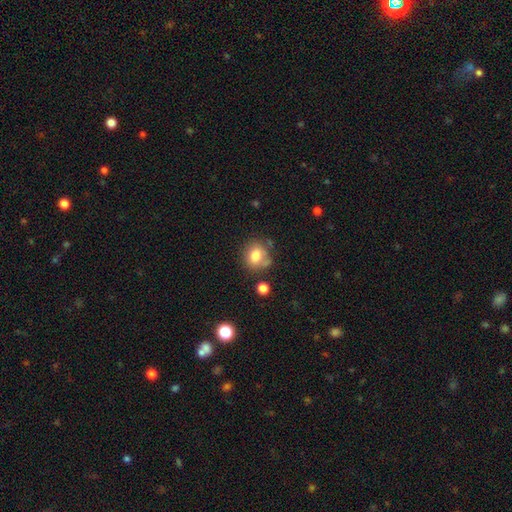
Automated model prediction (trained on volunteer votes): Smooth or featured? smooth (78%)
How rounded? round (67%)
Merging? none (61%)